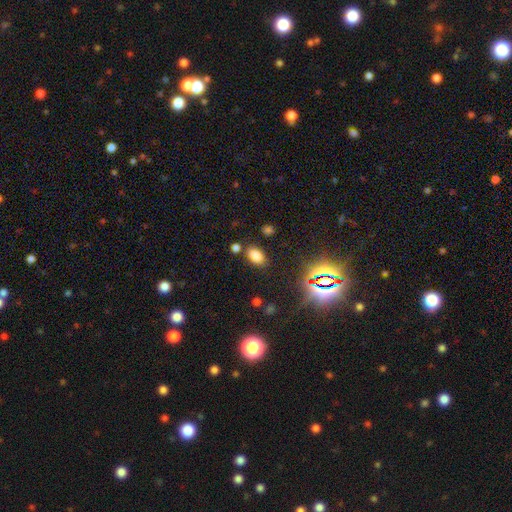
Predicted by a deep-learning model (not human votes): This is likely a smooth galaxy (77%). How rounded: clearly in between (88%). Merging: clearly none (80%).